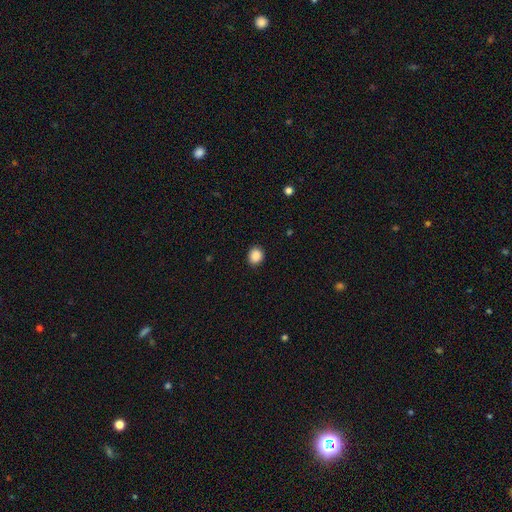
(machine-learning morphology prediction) Q: Smooth or featured?
A: smooth (89%); runner-up: star or artifact (9%)
Q: How rounded?
A: round (70%); runner-up: in between (29%)
Q: Merging?
A: none (90%); runner-up: minor disturbance (7%)